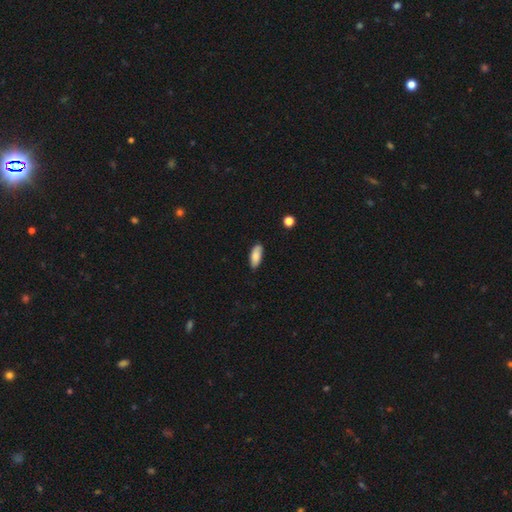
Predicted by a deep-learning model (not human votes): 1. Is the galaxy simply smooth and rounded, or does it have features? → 85% smooth, 9% featured or disk, 7% star or artifact.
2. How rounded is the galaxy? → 83% in between, 16% cigar-shaped, 2% round.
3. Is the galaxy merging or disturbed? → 82% none, 15% minor disturbance, 2% major disturbance, 1% merger.